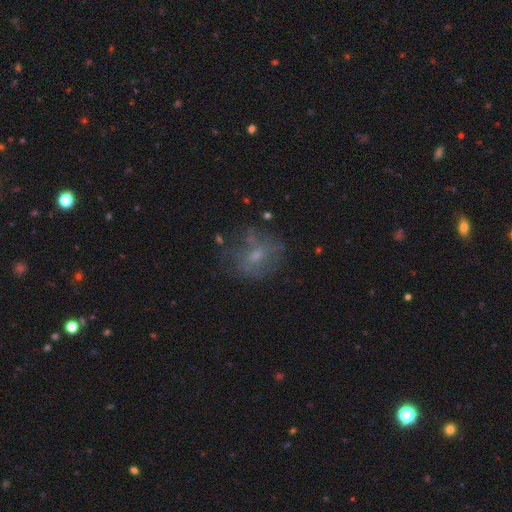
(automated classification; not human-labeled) A smooth galaxy with no disk features (43%).

Vote fractions:
- Smooth or featured? smooth: 43% / featured or disk: 42% / star or artifact: 15%
- Merging? none: 56% / minor disturbance: 22% / major disturbance: 18% / merger: 4%